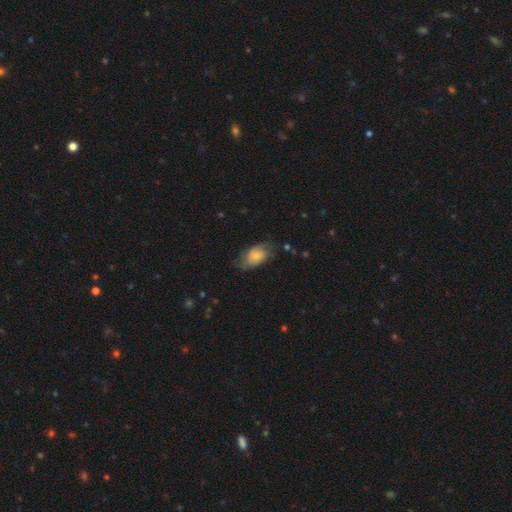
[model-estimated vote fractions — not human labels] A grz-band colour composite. It shows a smooth galaxy with no disk features (59%) that is in between round and cigar-shaped (85%). Merging: none (53%).